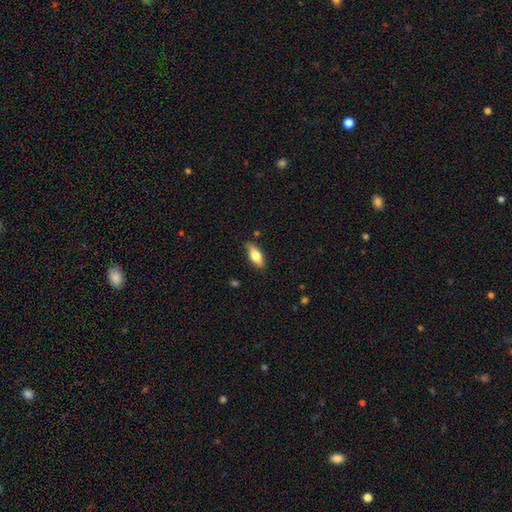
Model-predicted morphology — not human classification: This is likely a smooth galaxy (71%). How rounded: likely in between (75%). Merging: clearly none (81%).